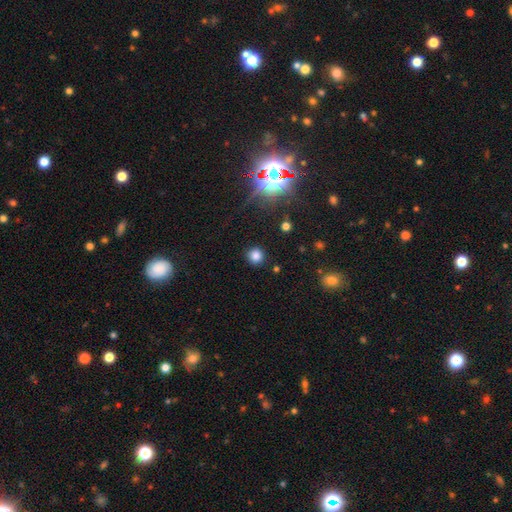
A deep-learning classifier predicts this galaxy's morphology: Overall: smooth (79%). How rounded: round (91%). Merging: none (89%).